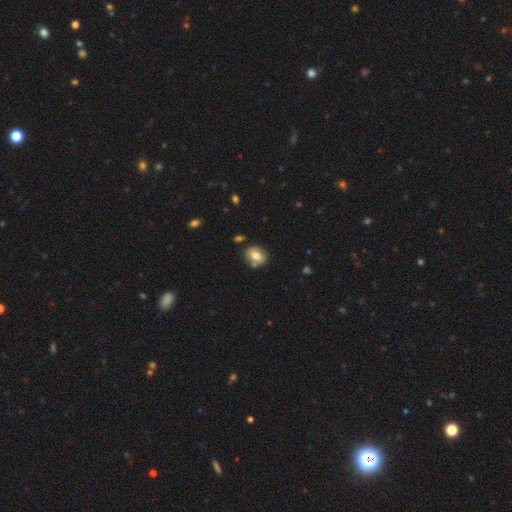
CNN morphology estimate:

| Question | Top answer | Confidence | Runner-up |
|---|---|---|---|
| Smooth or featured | smooth | 71% | featured or disk (20%) |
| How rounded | in between | 55% | round (43%) |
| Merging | none | 71% | minor disturbance (14%) |